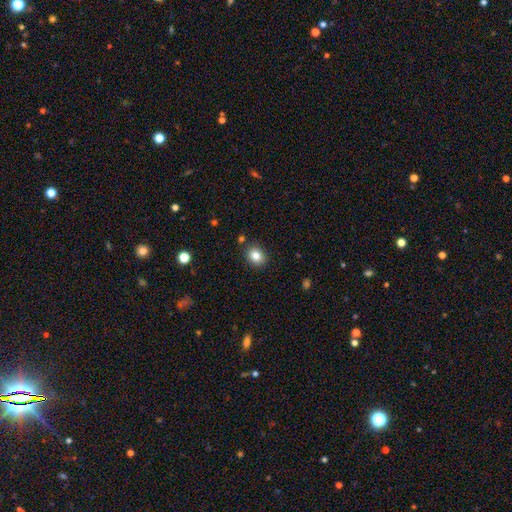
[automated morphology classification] smooth_or_featured: smooth (p=0.83) [alt: star or artifact p=0.10]
how_rounded: round (p=0.54) [alt: in between p=0.45]
merging: none (p=0.86) [alt: minor disturbance p=0.09]